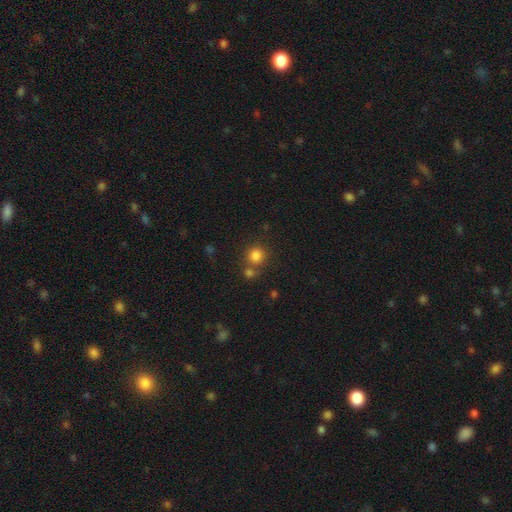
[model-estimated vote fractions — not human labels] A smooth galaxy with no disk features (81%) that is round (91%).

Vote fractions:
- Smooth or featured? smooth: 81% / star or artifact: 13% / featured or disk: 6%
- How rounded? round: 91% / in between: 8% / cigar-shaped: 1%
- Merging? none: 64% / merger: 24% / minor disturbance: 8% / major disturbance: 4%